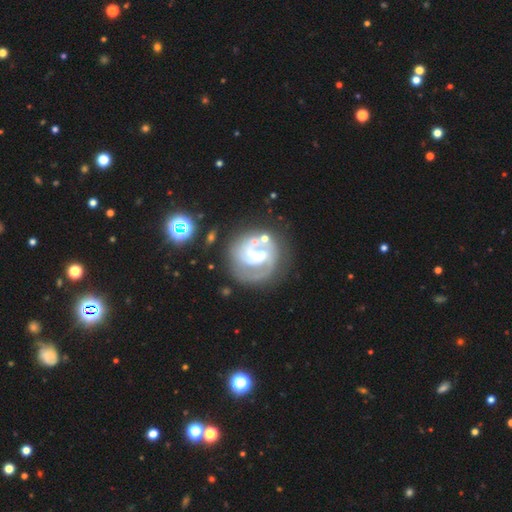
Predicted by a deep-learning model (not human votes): This is clearly a featured or disk galaxy (84%). It is clearly not viewed edge-on (98%). Bar: possibly weak (48%). Spiral arm pattern: clearly yes (92%). Spiral arm count: likely 2 (69%). Spiral winding: possibly medium (46%). Central bulge: possibly moderate (50%). Merging: likely none (64%).